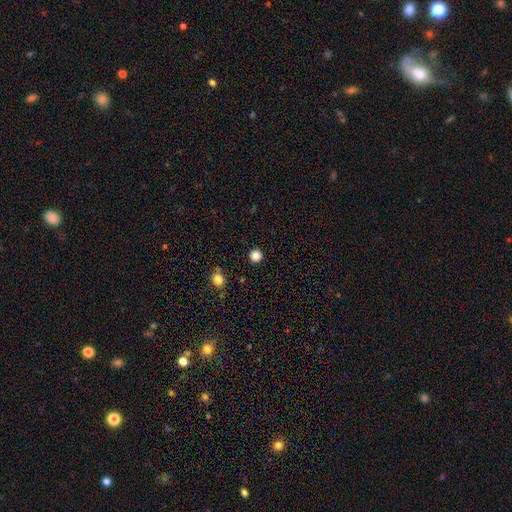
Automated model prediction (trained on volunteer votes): Morphology: type=smooth (85%); roundness=round (95%); merging=none (92%).